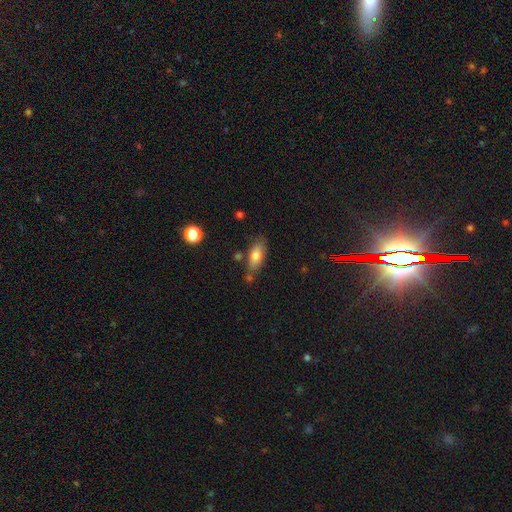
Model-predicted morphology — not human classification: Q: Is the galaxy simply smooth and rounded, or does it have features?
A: smooth — 75%.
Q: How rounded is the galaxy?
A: in between — 78%.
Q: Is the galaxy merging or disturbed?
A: none — 68%.